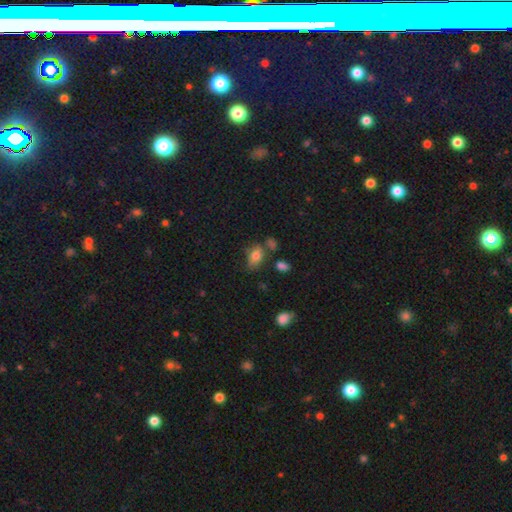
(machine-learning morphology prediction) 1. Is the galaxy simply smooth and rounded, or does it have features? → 77% smooth, 13% featured or disk, 10% star or artifact.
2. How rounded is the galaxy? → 82% in between, 17% round, 2% cigar-shaped.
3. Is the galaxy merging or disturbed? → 56% none, 26% minor disturbance, 10% merger, 8% major disturbance.